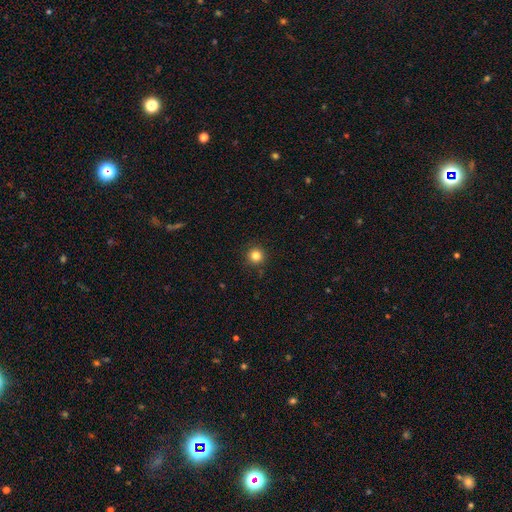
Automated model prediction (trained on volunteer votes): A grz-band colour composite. It shows a smooth galaxy with no disk features (83%) that is round (96%). Merging: none (91%).